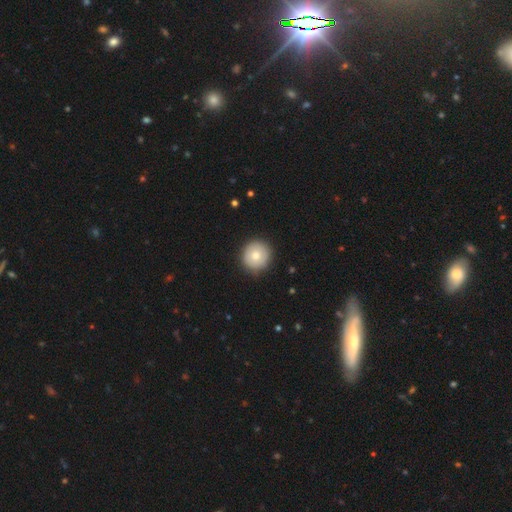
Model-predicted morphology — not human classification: type=smooth (75%); roundness=round (94%); merging=none (88%).